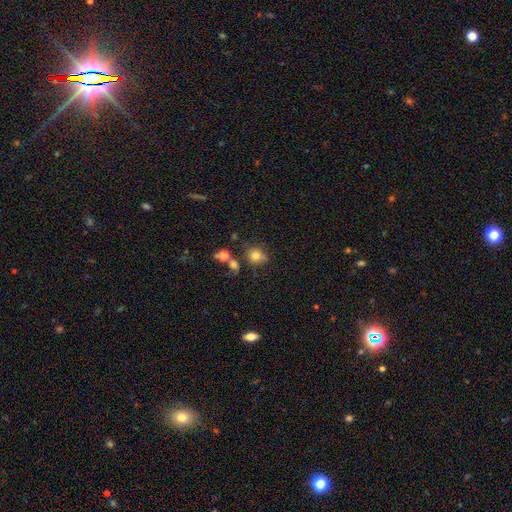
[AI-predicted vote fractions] Overall: smooth (77%). How rounded: round (69%; in between 30%). Merging: none (66%).